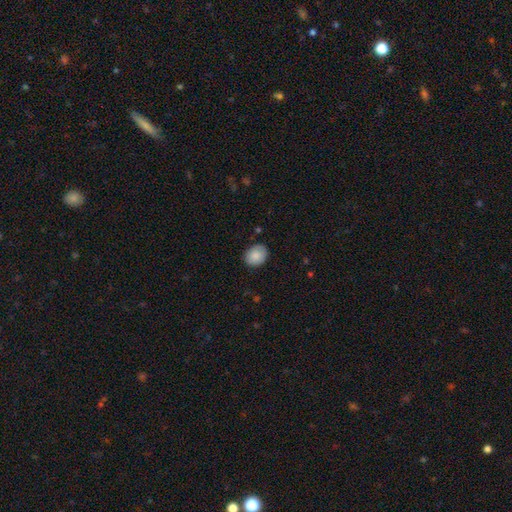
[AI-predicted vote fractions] This appears to be a smooth galaxy with no disk features (86%) that is in between round and cigar-shaped (51%). Merging: none (83%).